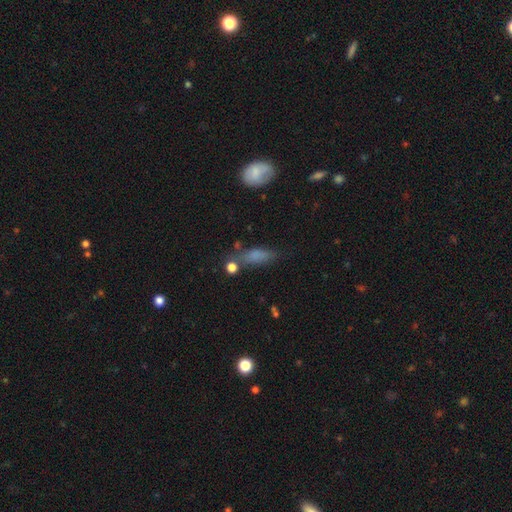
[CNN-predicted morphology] Smooth or featured? smooth (71%)
How rounded? in between (53%)
Merging? none (59%)